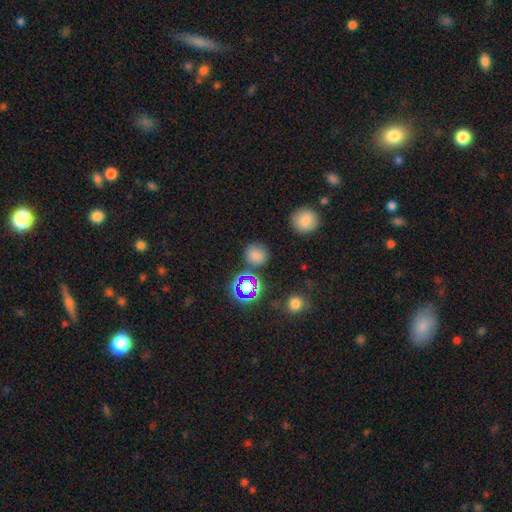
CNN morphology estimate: Q: Smooth or featured?
A: smooth (75%); runner-up: star or artifact (19%)
Q: How rounded?
A: round (85%); runner-up: in between (14%)
Q: Merging?
A: none (79%); runner-up: minor disturbance (11%)